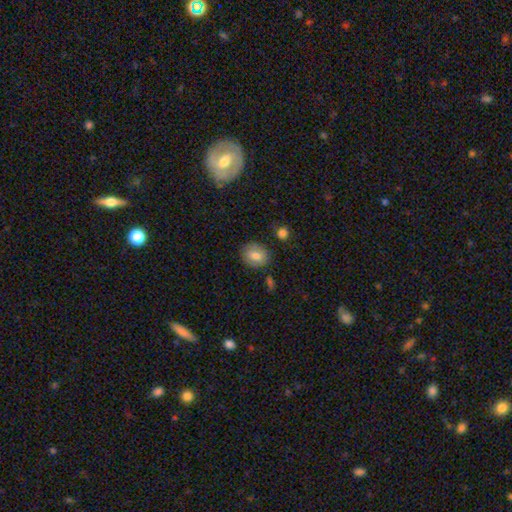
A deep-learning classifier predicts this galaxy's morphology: The model was most divided on "how rounded": round: 60%, in between: 39%, cigar-shaped: 1%. More confident: merging — none (80%); smooth or featured — smooth (74%).